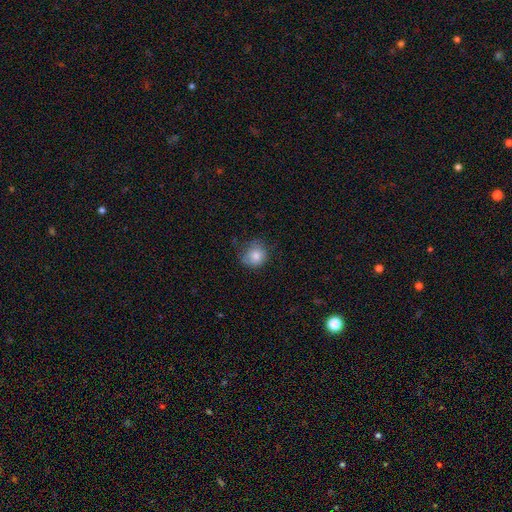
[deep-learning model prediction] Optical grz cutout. It shows a smooth galaxy with no disk features (80%) that is round (81%). Merging: none (61%).